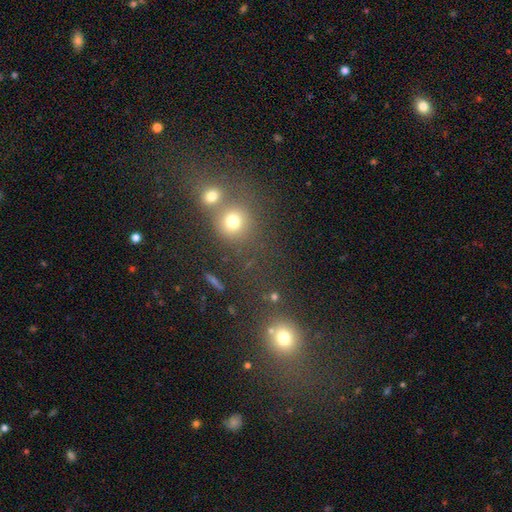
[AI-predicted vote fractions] A smooth galaxy with no disk features (47%). Merging: merger (52%).